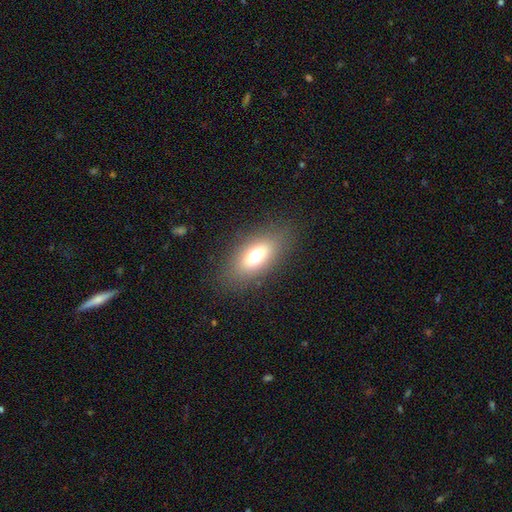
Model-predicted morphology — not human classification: Smooth or featured? Predicted: smooth (p=0.66). How rounded? Predicted: in between (p=0.81). Merging? Predicted: none (p=0.83).